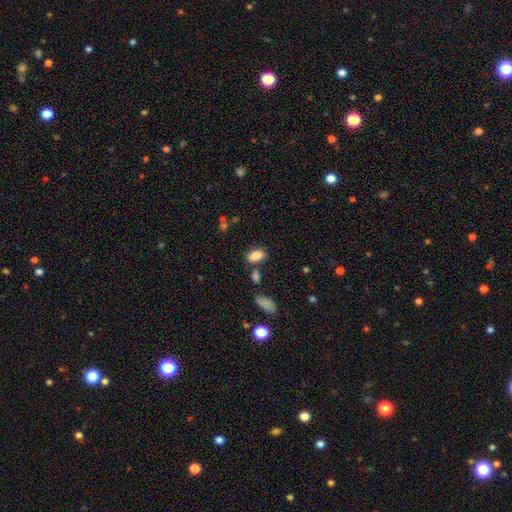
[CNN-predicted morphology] Q: Smooth or featured?
A: smooth (86%); runner-up: star or artifact (9%)
Q: How rounded?
A: in between (91%); runner-up: round (6%)
Q: Merging?
A: none (71%); runner-up: minor disturbance (14%)